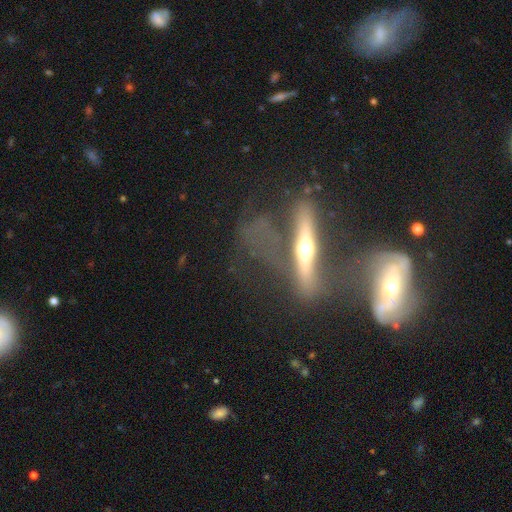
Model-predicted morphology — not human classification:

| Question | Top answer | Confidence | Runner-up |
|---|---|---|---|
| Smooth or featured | featured or disk | 74% | smooth (17%) |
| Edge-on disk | yes | 81% | no (19%) |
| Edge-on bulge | rounded | 89% | none (7%) |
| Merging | none | 39% | merger (27%) |